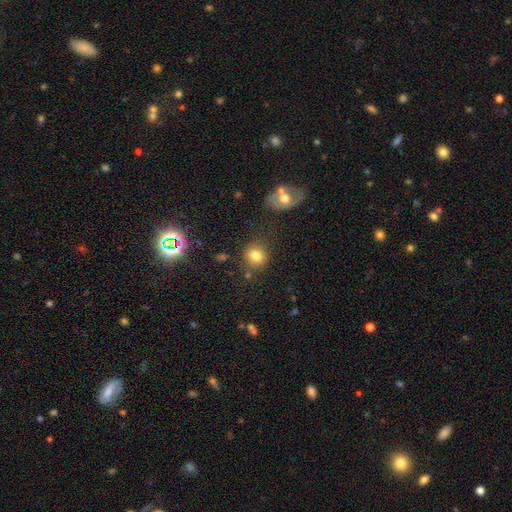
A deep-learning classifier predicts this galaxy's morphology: Smooth or featured? Predicted: smooth (p=0.78). How rounded? Predicted: round (p=0.75). Merging? Predicted: none (p=0.75).